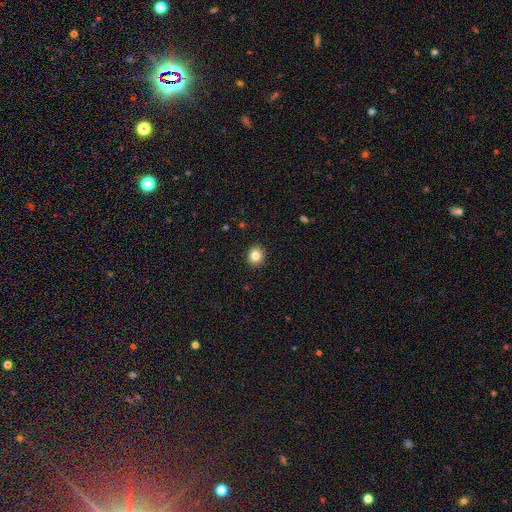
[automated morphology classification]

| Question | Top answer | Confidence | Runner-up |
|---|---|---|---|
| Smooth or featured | smooth | 83% | star or artifact (10%) |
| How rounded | round | 76% | in between (23%) |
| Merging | none | 92% | minor disturbance (6%) |